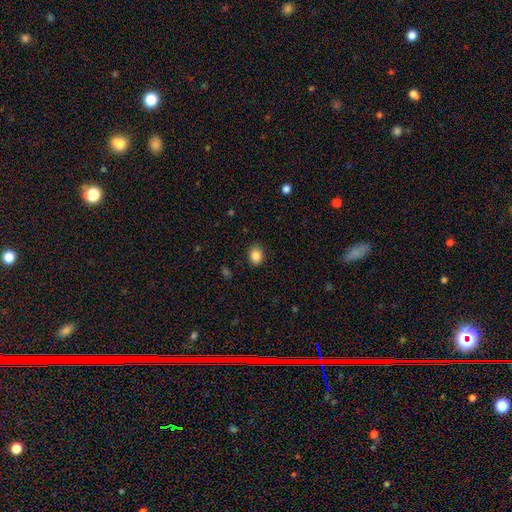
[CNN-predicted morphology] Overall: smooth (86%). How rounded: round (57%; in between 42%). Merging: none (87%).